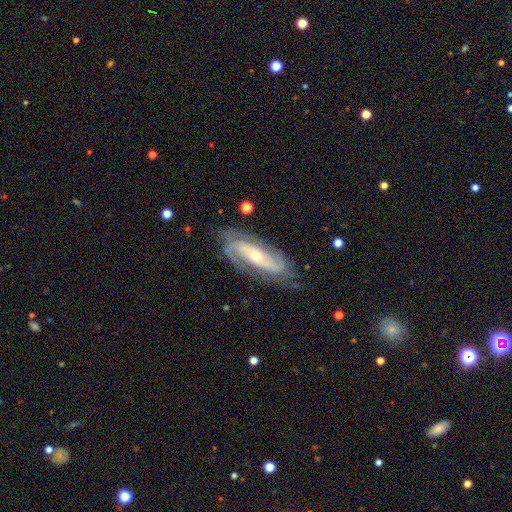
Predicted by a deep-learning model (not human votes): featured or disk 84%, smooth 10%, star or artifact 5%. Down the decision tree: edge-on disk — no (90%); bar — no (50%); spiral arms — yes (94%); spiral arm count — 2 (68%); spiral winding — tight (45%); bulge size — small (55%); merging — none (75%).